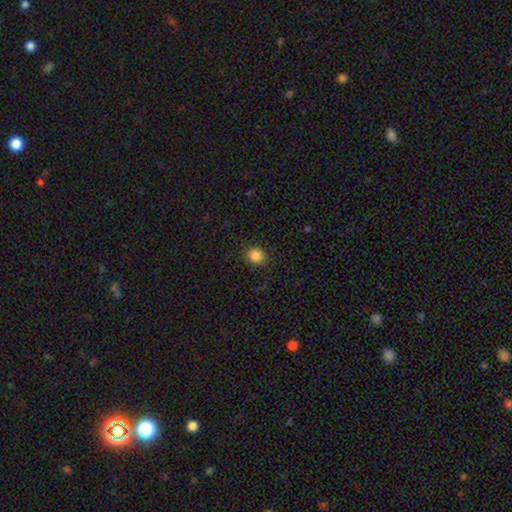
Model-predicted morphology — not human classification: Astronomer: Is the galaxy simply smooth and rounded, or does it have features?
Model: smooth — 86%.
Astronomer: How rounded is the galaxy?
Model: round — 85%.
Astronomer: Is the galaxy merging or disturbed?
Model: none — 90%.